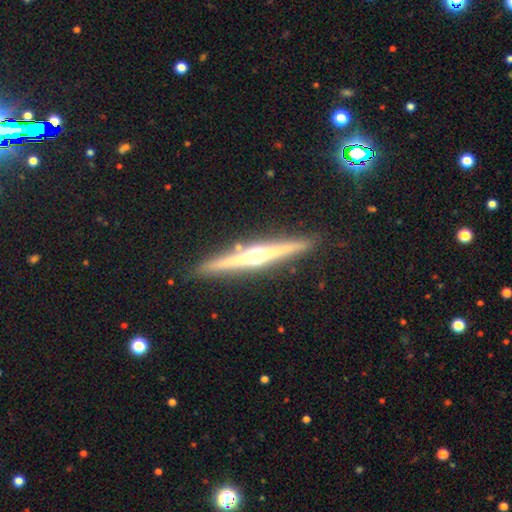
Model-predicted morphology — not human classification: Overall: featured or disk (82%). Edge-on disk: yes (98%). Edge-on bulge: rounded (92%). Merging: none (91%).